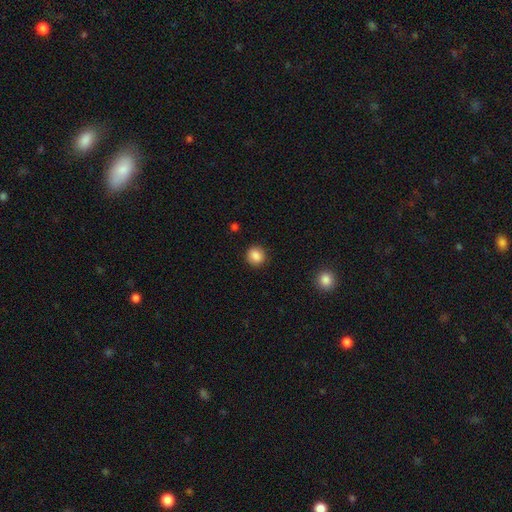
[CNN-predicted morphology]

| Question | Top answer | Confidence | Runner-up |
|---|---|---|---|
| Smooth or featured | smooth | 87% | star or artifact (9%) |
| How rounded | round | 85% | in between (14%) |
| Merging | none | 89% | minor disturbance (7%) |